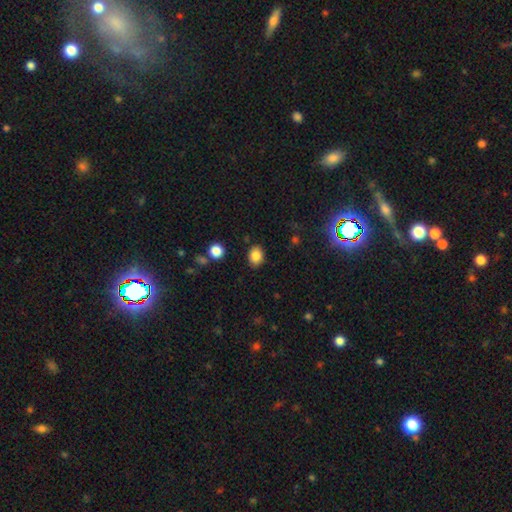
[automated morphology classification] A smooth galaxy with no disk features (84%) that is in between round and cigar-shaped (58%).

Vote fractions:
- Smooth or featured? smooth: 84% / star or artifact: 10% / featured or disk: 6%
- How rounded? in between: 58% / round: 41% / cigar-shaped: 1%
- Merging? none: 86% / minor disturbance: 9% / major disturbance: 2% / merger: 2%